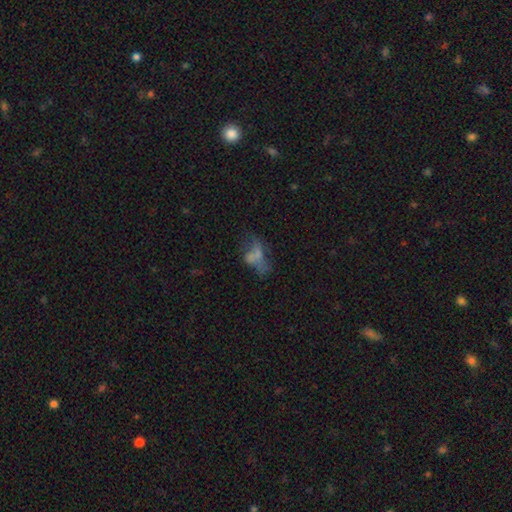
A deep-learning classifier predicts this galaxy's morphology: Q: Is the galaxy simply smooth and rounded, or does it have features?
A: smooth — 43%.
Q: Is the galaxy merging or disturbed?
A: merger — 30%.